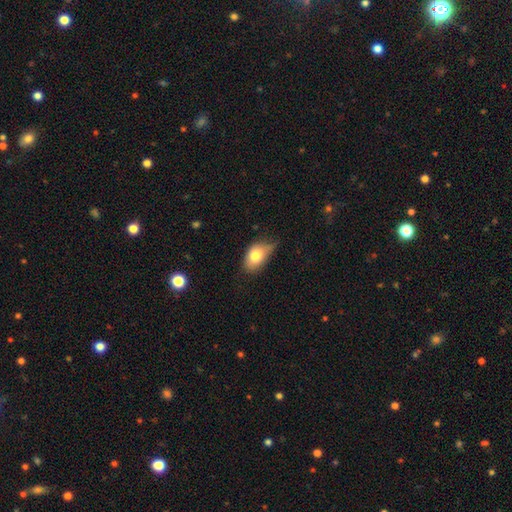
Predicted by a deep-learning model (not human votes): A smooth galaxy with no disk features (78%) that is in between round and cigar-shaped (88%).

Vote fractions:
- Smooth or featured? smooth: 78% / featured or disk: 14% / star or artifact: 8%
- How rounded? in between: 88% / round: 9% / cigar-shaped: 2%
- Merging? minor disturbance: 45% / none: 40% / major disturbance: 12% / merger: 3%